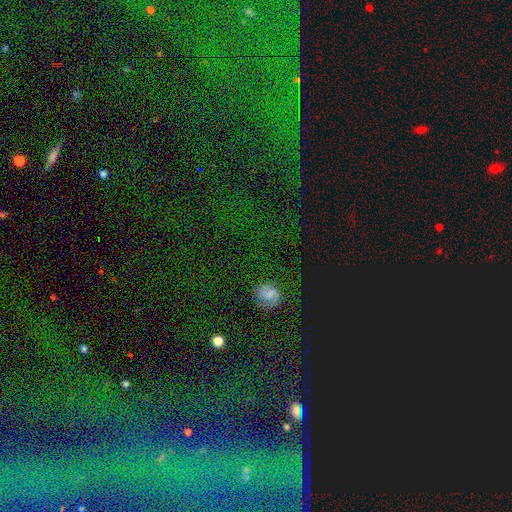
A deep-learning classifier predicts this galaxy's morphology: This is possibly a star or artifact rather than a galaxy (58%).